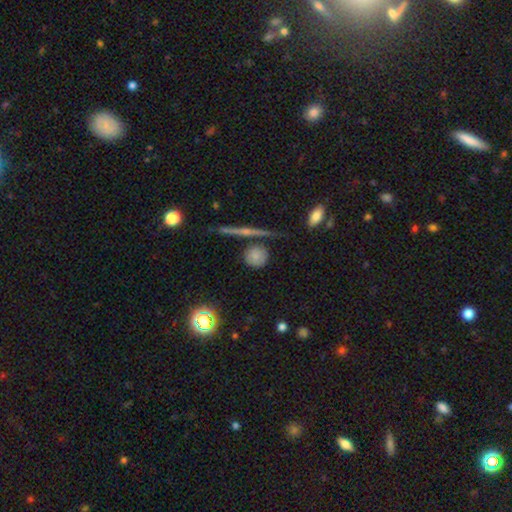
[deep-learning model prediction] Morphology: type=smooth (74%); roundness=round (89%); merging=none (73%).